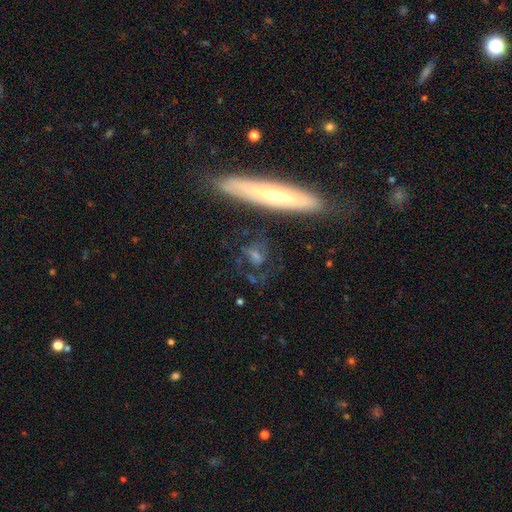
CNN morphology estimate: Q: Smooth or featured?
A: featured or disk (51%); runner-up: smooth (36%)
Q: Edge-on disk?
A: no (50%); tied with: yes (50%)
Q: Merging?
A: none (71%); runner-up: minor disturbance (16%)